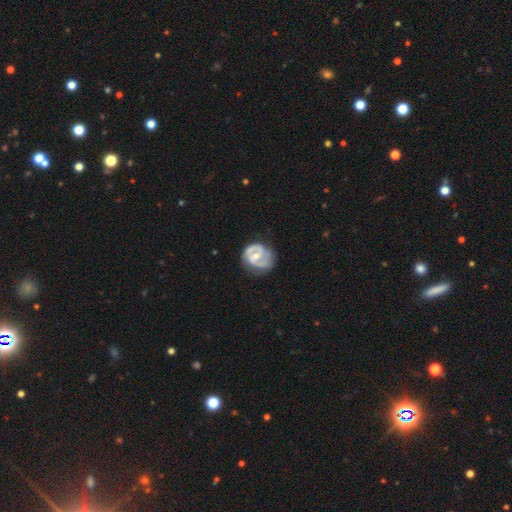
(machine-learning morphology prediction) featured or disk 80%, smooth 16%, star or artifact 5%. Down the decision tree: edge-on disk — no (98%); bar — weak (47%); spiral arms — yes (90%); spiral arm count — 2 (78%); spiral winding — medium (47%); bulge size — moderate (51%); merging — none (65%).